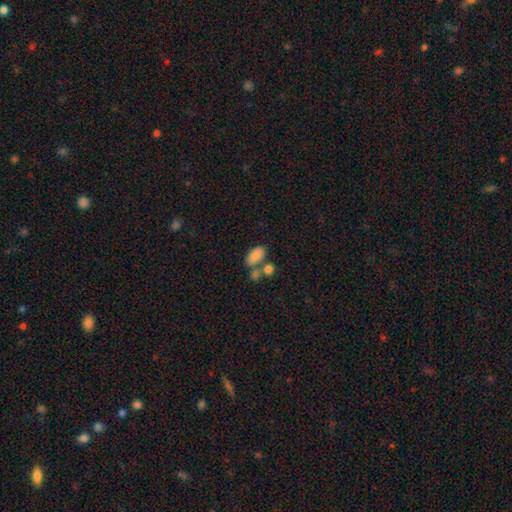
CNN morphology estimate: A smooth galaxy with no disk features (82%) that is in between round and cigar-shaped (93%).

Vote fractions:
- Smooth or featured? smooth: 82% / featured or disk: 10% / star or artifact: 9%
- How rounded? in between: 93% / round: 5% / cigar-shaped: 2%
- Merging? none: 46% / merger: 36% / minor disturbance: 12% / major disturbance: 5%